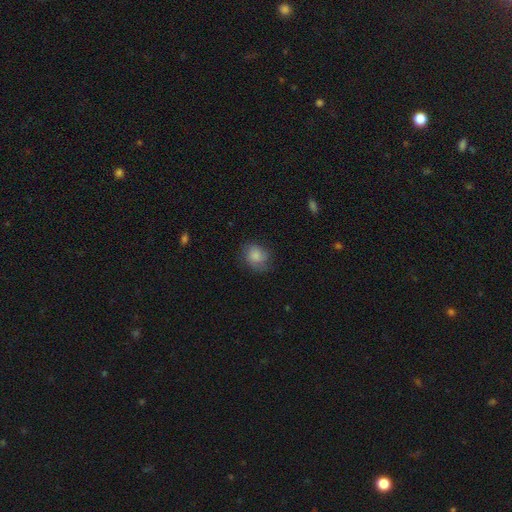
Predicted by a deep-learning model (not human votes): Smooth or featured: smooth — 78% (featured or disk — 13%)
How rounded: round — 64% (in between — 35%)
Merging: none — 67% (minor disturbance — 23%)